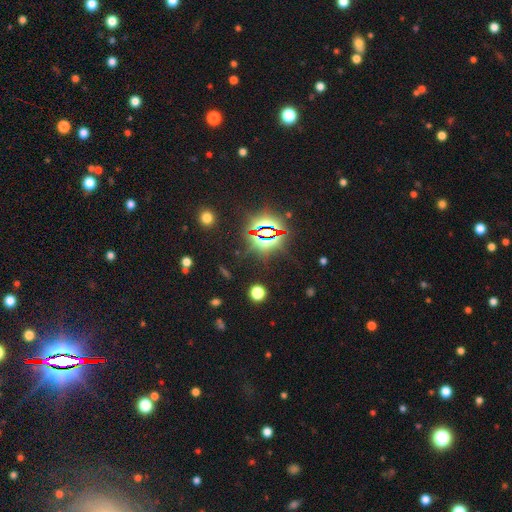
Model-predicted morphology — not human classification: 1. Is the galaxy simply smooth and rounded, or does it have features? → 81% star or artifact, 12% smooth, 8% featured or disk.